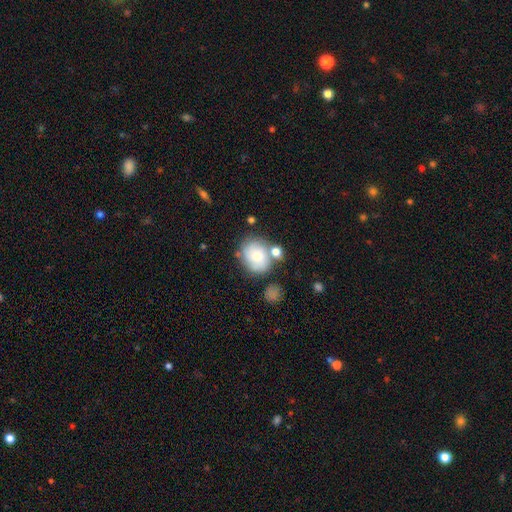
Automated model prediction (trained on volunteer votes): smooth_or_featured: smooth (p=0.70) [alt: featured or disk p=0.22]
how_rounded: round (p=0.58) [alt: in between p=0.41]
merging: none (p=0.55) [alt: merger p=0.20]